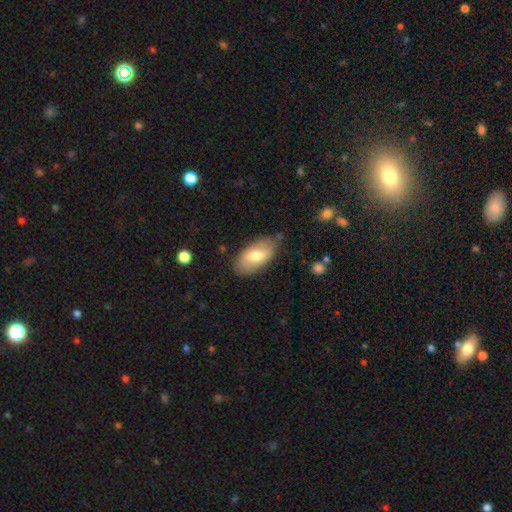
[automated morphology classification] Overall: smooth (68%). How rounded: in between (94%). Merging: none (79%).